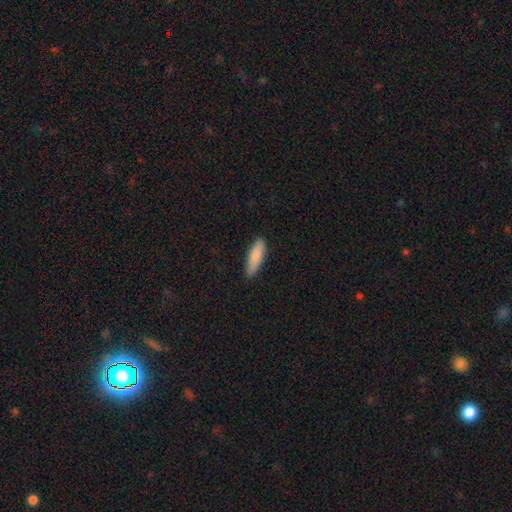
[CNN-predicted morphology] Smooth or featured? smooth (88%)
How rounded? cigar-shaped (53%)
Merging? none (87%)